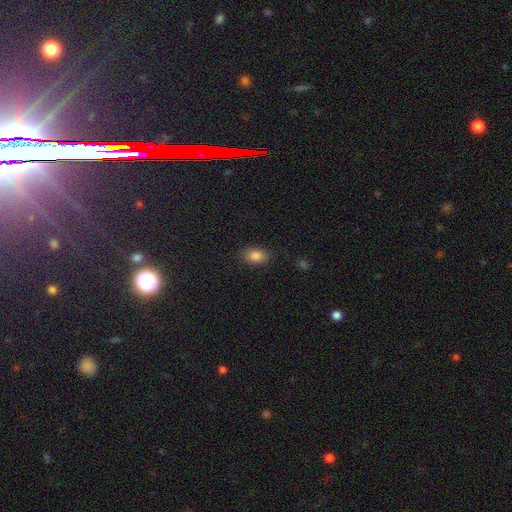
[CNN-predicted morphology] Q: Smooth or featured?
A: smooth (84%); runner-up: star or artifact (10%)
Q: How rounded?
A: in between (83%); runner-up: round (16%)
Q: Merging?
A: none (85%); runner-up: minor disturbance (11%)